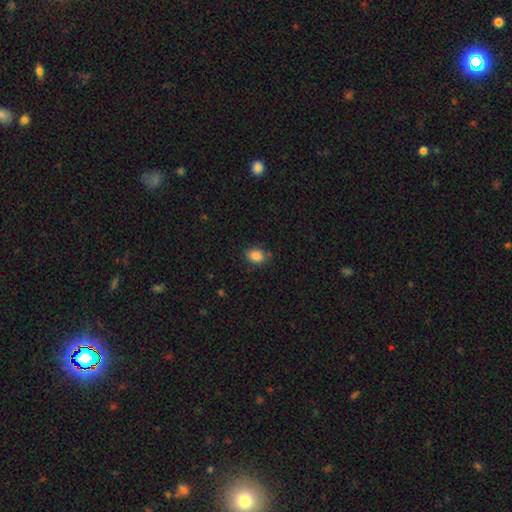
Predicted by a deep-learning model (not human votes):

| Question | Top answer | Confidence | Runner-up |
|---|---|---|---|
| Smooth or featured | smooth | 86% | star or artifact (9%) |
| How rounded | in between | 75% | round (24%) |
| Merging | none | 81% | minor disturbance (13%) |